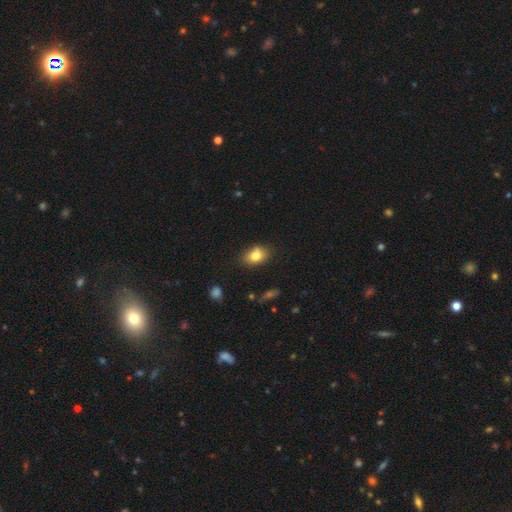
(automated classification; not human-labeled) smooth 79%, featured or disk 11%, star or artifact 10%. Down the decision tree: how rounded — in between (76%); merging — none (74%).